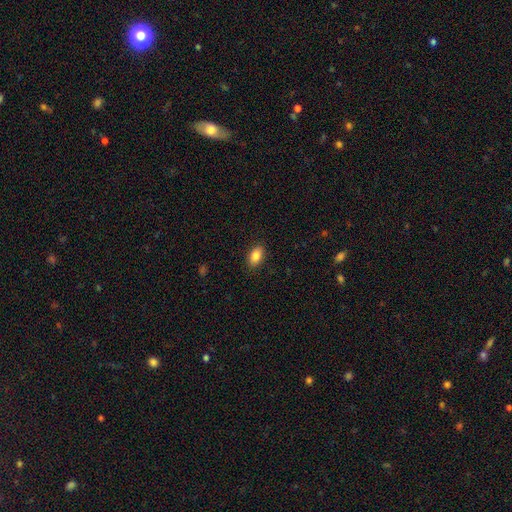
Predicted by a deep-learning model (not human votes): This is clearly a smooth galaxy (86%). How rounded: clearly in between (90%). Merging: clearly none (89%).